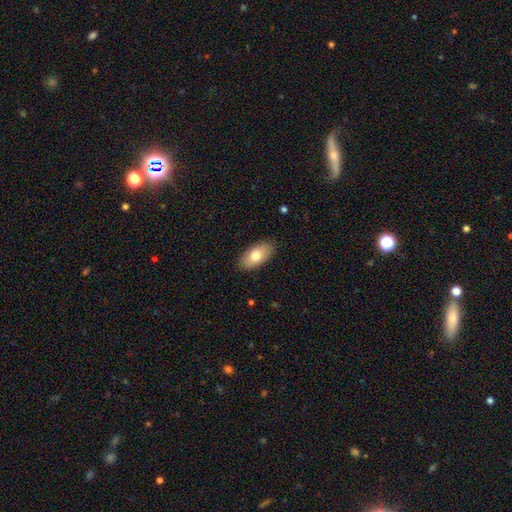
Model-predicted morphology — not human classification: Smooth or featured?
  - smooth: 76% *
  - featured or disk: 18%
  - star or artifact: 6%
How rounded?
  - in between: 93% *
  - cigar-shaped: 4%
  - round: 3%
Merging?
  - none: 87% *
  - minor disturbance: 10%
  - major disturbance: 2%
  - merger: 1%